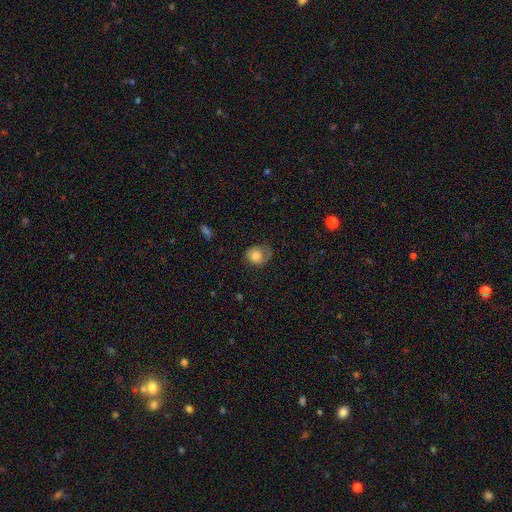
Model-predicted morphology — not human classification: Overall: smooth (75%). How rounded: round (63%; in between 36%). Merging: none (46%; minor disturbance 30%).